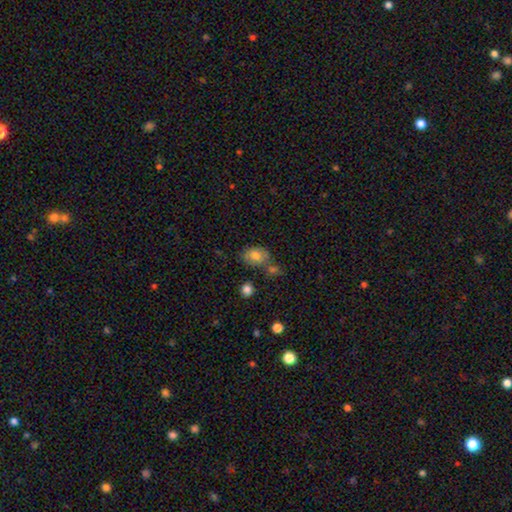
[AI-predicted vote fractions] A smooth galaxy with no disk features (76%) that is in between round and cigar-shaped (66%). Merging: none (58%).